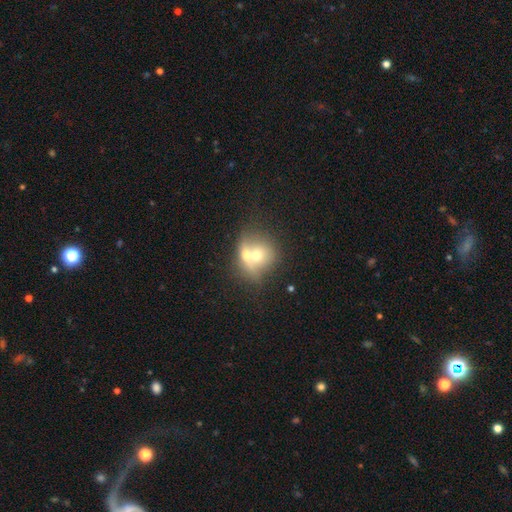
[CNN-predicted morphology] Smooth or featured: smooth — 60% (featured or disk — 30%)
How rounded: round — 71% (in between — 27%)
Merging: merger — 67% (none — 21%)